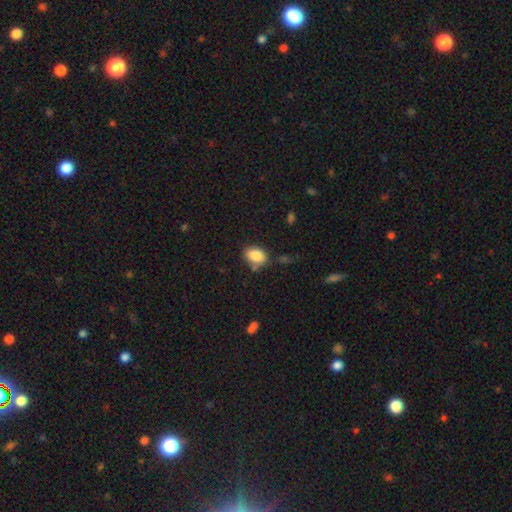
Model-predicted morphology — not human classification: The model was most divided on "merging": none: 72%, minor disturbance: 17%, merger: 7%, major disturbance: 4%. More confident: smooth or featured — smooth (86%); how rounded — in between (83%).